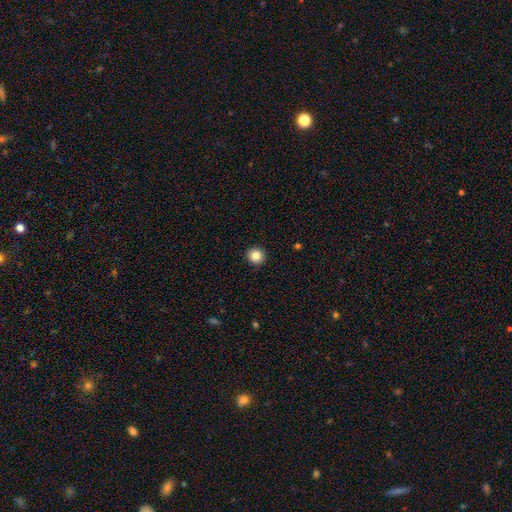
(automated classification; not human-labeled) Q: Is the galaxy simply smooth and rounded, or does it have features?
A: smooth — 85%.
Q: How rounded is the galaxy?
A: round — 94%.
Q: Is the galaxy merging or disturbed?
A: none — 93%.